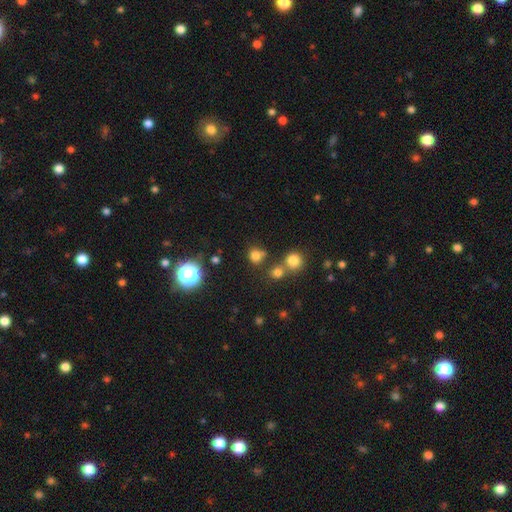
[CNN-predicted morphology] Q: Smooth or featured?
A: smooth (73%); runner-up: star or artifact (21%)
Q: How rounded?
A: round (81%); runner-up: in between (18%)
Q: Merging?
A: none (67%); runner-up: merger (16%)